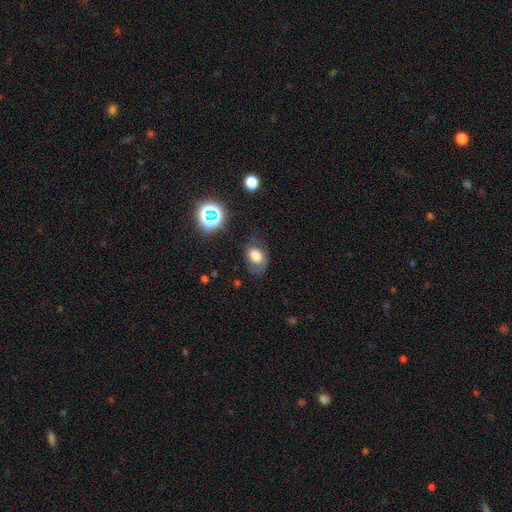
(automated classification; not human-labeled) Smooth or featured: smooth — 69% (featured or disk — 18%)
How rounded: in between — 71% (round — 28%)
Merging: none — 53% (minor disturbance — 28%)